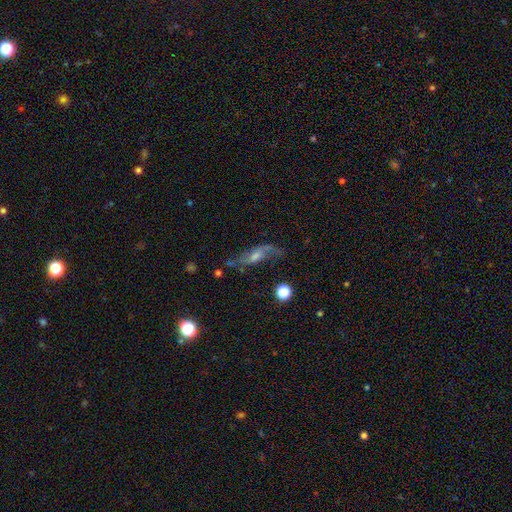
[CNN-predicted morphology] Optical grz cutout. It shows a featured or disk galaxy (72%) with no bar (49%), 2 (82%) loose (75%) spiral arms (89%) and a moderate central bulge (43%). Merging: none (59%).